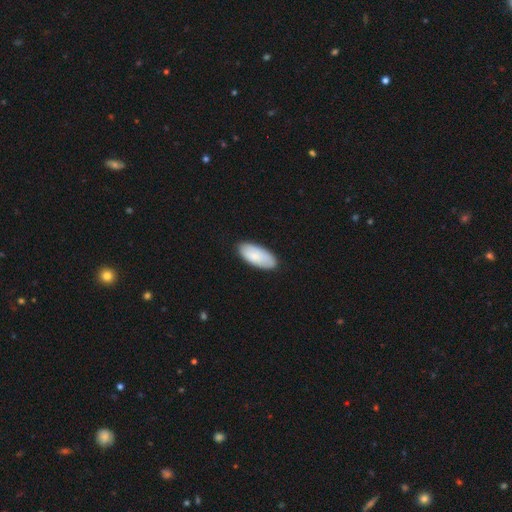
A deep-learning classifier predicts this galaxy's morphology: type=smooth (80%); roundness=in between (90%); merging=none (85%).